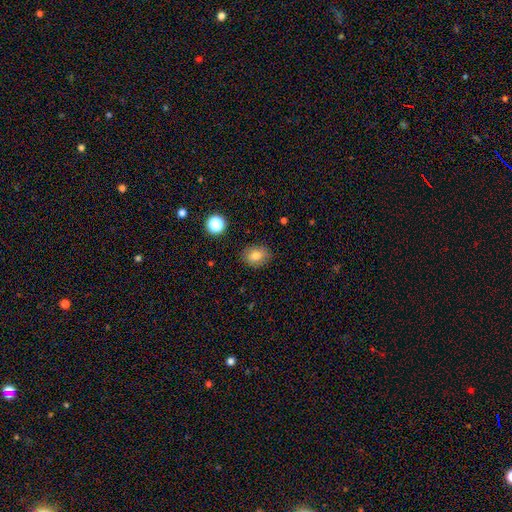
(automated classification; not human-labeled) Smooth or featured: smooth — 79% (star or artifact — 11%)
How rounded: in between — 57% (round — 42%)
Merging: none — 85% (minor disturbance — 11%)